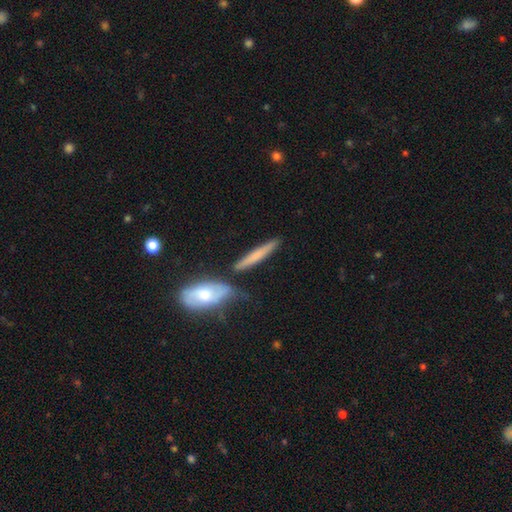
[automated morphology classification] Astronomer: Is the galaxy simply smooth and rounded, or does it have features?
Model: smooth — 62%.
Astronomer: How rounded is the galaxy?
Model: cigar-shaped — 89%.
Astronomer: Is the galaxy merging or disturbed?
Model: none — 73%.